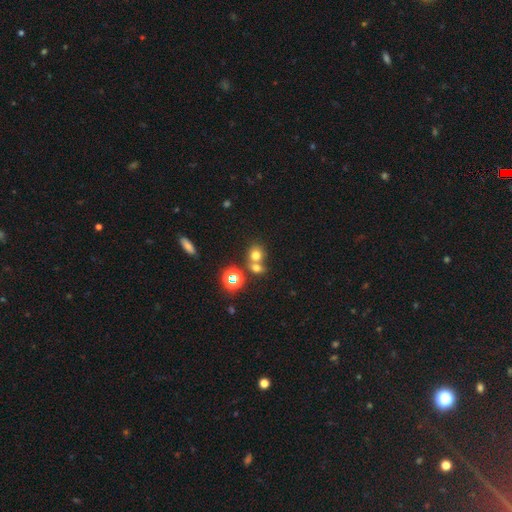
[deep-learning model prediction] Smooth or featured? Predicted: smooth (p=0.69). How rounded? Predicted: round (p=0.73). Merging? Predicted: none (p=0.45).